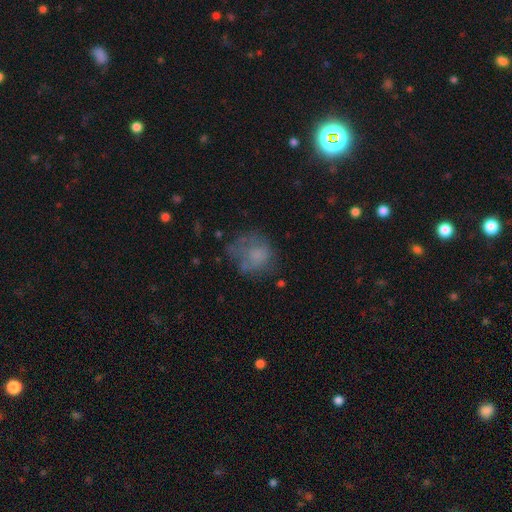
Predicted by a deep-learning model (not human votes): This is likely a smooth galaxy (61%). How rounded: likely round (69%). Merging: marginally none (45%).